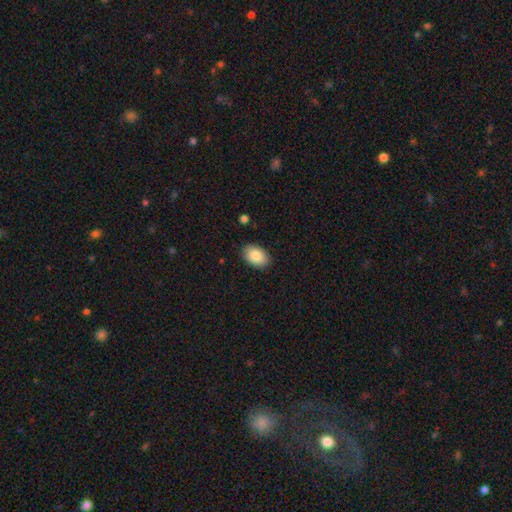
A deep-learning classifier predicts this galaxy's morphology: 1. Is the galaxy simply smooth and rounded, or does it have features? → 86% smooth, 7% featured or disk, 7% star or artifact.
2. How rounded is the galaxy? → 90% in between, 9% round, 1% cigar-shaped.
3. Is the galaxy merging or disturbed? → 88% none, 9% minor disturbance, 2% major disturbance, 1% merger.